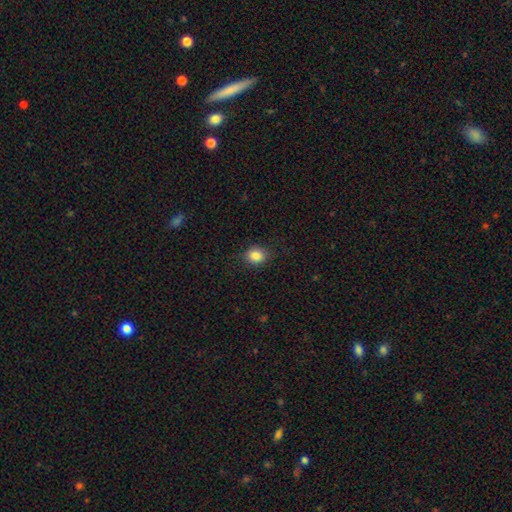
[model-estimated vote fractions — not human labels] Morphology: type=smooth (85%); roundness=round (69%); merging=none (87%).